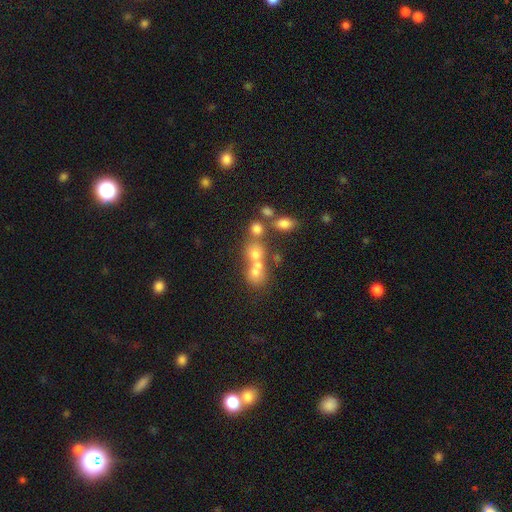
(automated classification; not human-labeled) smooth_or_featured: smooth (p=0.53) [alt: star or artifact p=0.25]
how_rounded: round (p=0.72) [alt: in between p=0.26]
merging: merger (p=0.48) [alt: none p=0.40]